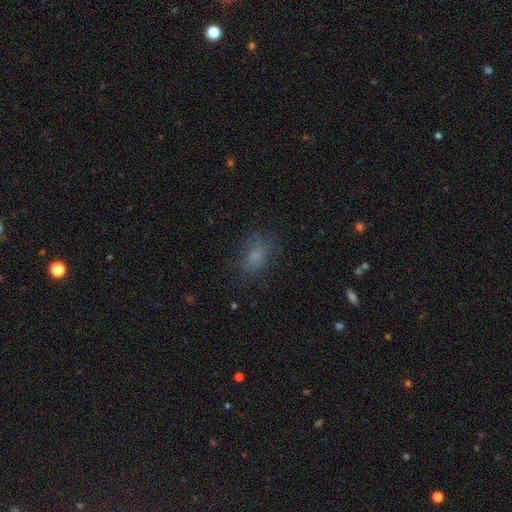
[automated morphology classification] type=smooth (72%); roundness=in between (78%); merging=none (64%).